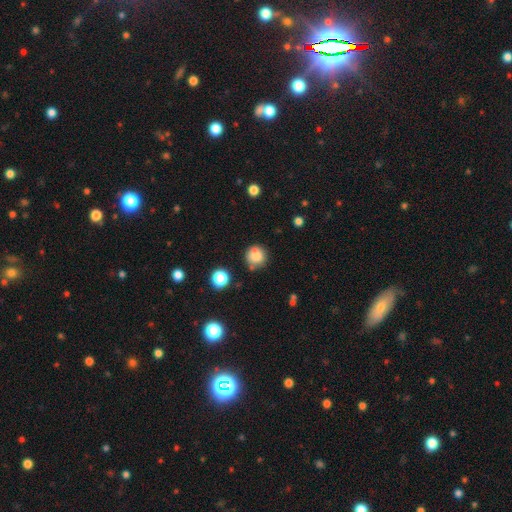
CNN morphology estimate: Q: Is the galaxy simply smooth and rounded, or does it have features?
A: smooth — 83%.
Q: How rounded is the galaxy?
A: round — 92%.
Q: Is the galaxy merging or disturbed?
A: none — 74%.